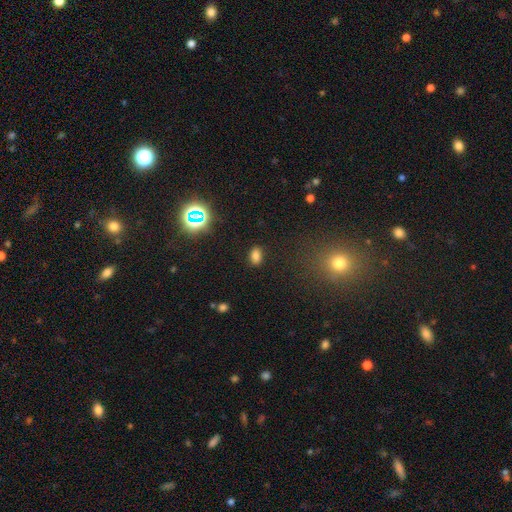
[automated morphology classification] A smooth galaxy with no disk features (74%) that is in between round and cigar-shaped (85%). Merging: none (86%).